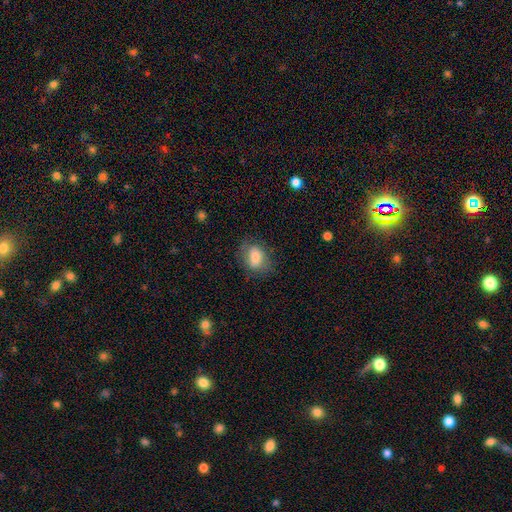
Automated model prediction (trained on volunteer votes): Smooth or featured: smooth — 75% (featured or disk — 17%)
How rounded: in between — 72% (round — 26%)
Merging: none — 69% (minor disturbance — 20%)